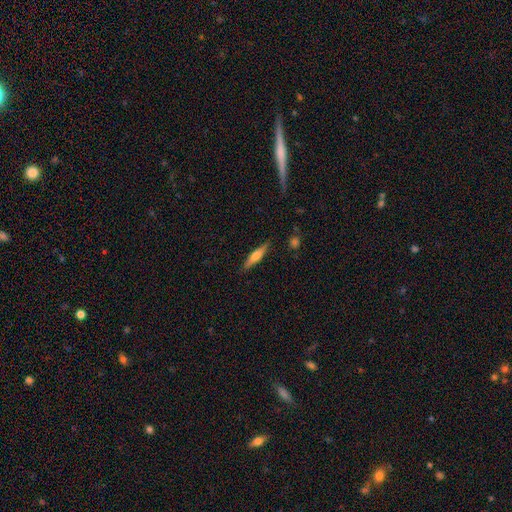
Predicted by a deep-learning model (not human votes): Overall: smooth (53%; featured or disk 41%). How rounded: cigar-shaped (82%). Merging: none (86%).